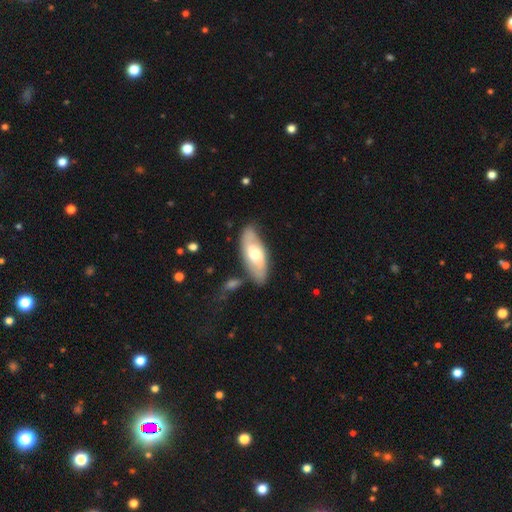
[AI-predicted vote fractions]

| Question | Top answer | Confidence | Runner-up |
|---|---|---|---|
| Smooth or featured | smooth | 49% | featured or disk (46%) |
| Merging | none | 71% | minor disturbance (18%) |